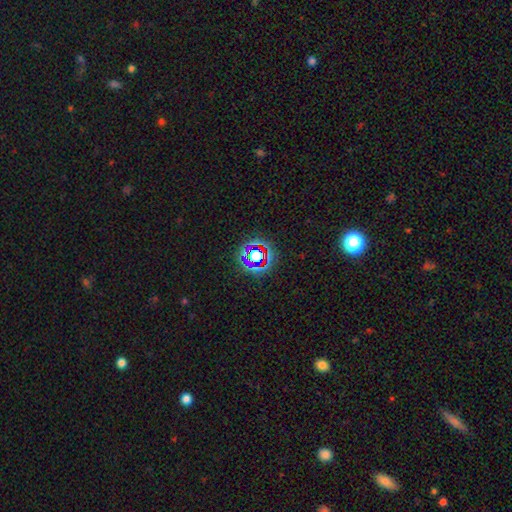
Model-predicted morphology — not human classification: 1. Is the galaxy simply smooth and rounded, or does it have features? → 63% star or artifact, 25% smooth, 12% featured or disk.